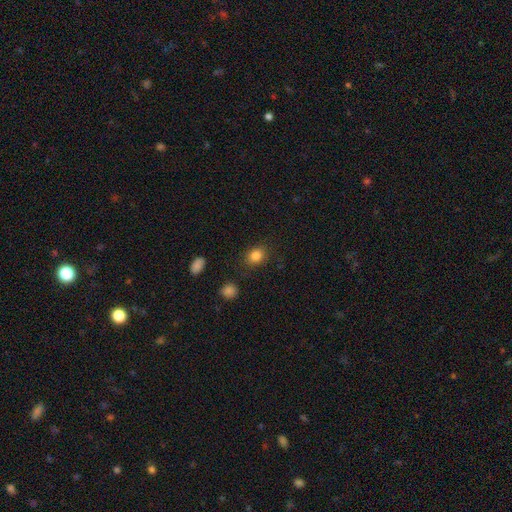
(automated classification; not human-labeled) Q: Smooth or featured?
A: smooth (83%); runner-up: star or artifact (11%)
Q: How rounded?
A: in between (50%); runner-up: round (49%)
Q: Merging?
A: none (85%); runner-up: minor disturbance (10%)